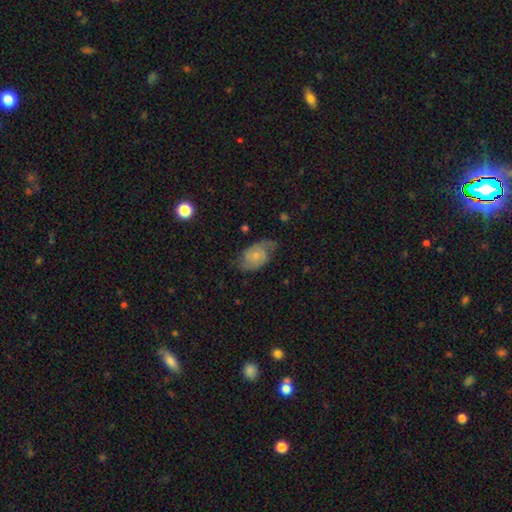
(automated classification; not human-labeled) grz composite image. It shows a featured or disk galaxy (64%) with no bar (71%), 2 (80%) medium (44%) spiral arms (90%) and a small central bulge (65%). Merging: none (62%).